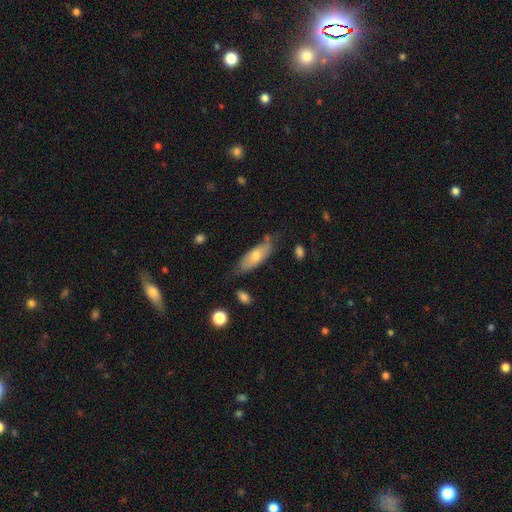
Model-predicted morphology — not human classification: smooth-or-featured: smooth: 67% | featured or disk: 27% | star or artifact: 6%
  how-rounded: in between: 66% | cigar-shaped: 32% | round: 2%
  merging: none: 58% | minor disturbance: 29% | major disturbance: 7% | merger: 6%